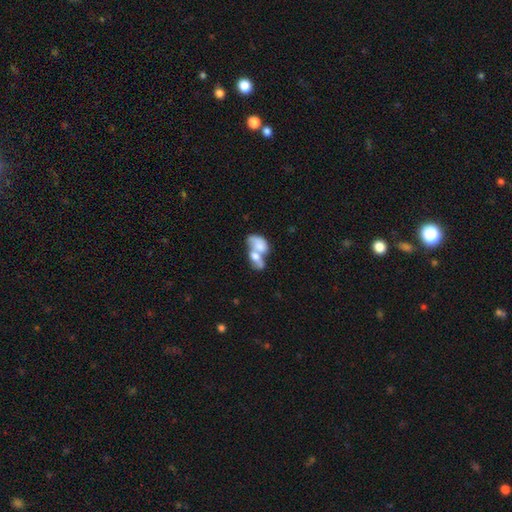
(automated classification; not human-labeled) smooth-or-featured: smooth: 57% | featured or disk: 35% | star or artifact: 9%
  how-rounded: in between: 85% | round: 11% | cigar-shaped: 3%
  merging: merger: 77% | none: 10% | major disturbance: 7% | minor disturbance: 6%